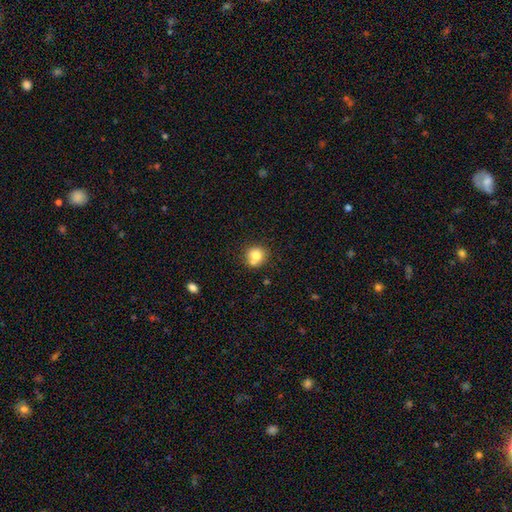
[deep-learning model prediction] A smooth galaxy with no disk features (77%) that is round (86%).

Vote fractions:
- Smooth or featured? smooth: 77% / featured or disk: 12% / star or artifact: 10%
- How rounded? round: 86% / in between: 13% / cigar-shaped: 1%
- Merging? none: 60% / merger: 22% / minor disturbance: 14% / major disturbance: 4%